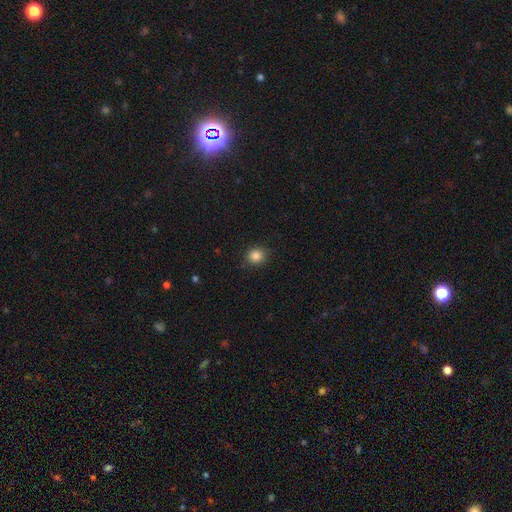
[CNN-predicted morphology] The model was most divided on "smooth or featured": smooth: 85%, star or artifact: 11%, featured or disk: 4%. More confident: merging — none (88%); how rounded — round (87%).